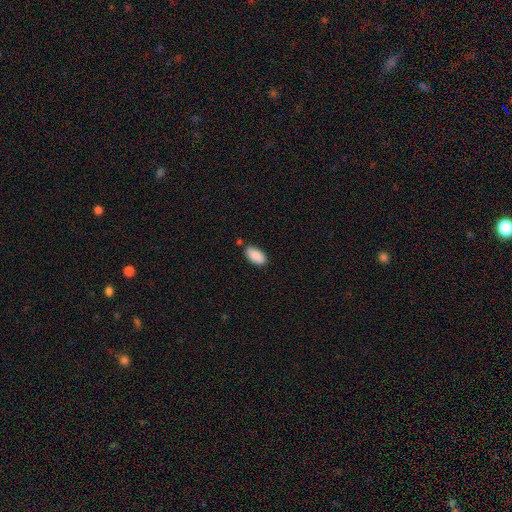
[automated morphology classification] Smooth or featured: smooth — 90% (star or artifact — 7%)
How rounded: in between — 94% (cigar-shaped — 3%)
Merging: none — 78% (minor disturbance — 15%)